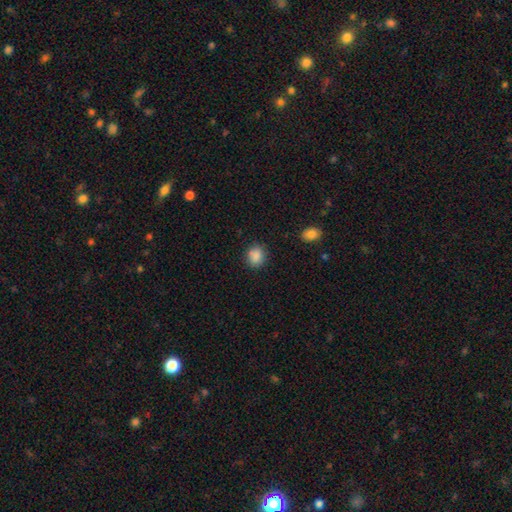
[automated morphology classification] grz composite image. It shows a smooth galaxy with no disk features (87%) that is round (69%). Merging: none (83%).